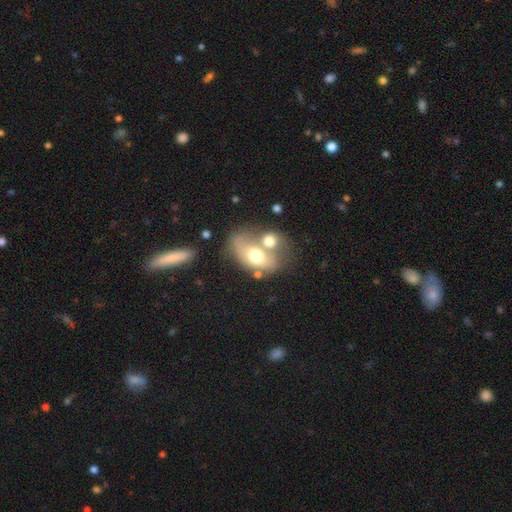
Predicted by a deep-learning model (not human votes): The model was most divided on "smooth or featured": smooth: 56%, featured or disk: 35%, star or artifact: 9%. More confident: how rounded — in between (78%); merging — merger (54%).